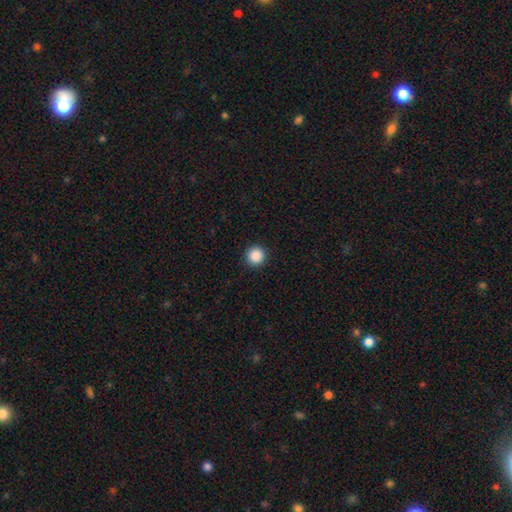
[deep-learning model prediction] Smooth or featured? smooth (88%)
How rounded? round (95%)
Merging? none (93%)